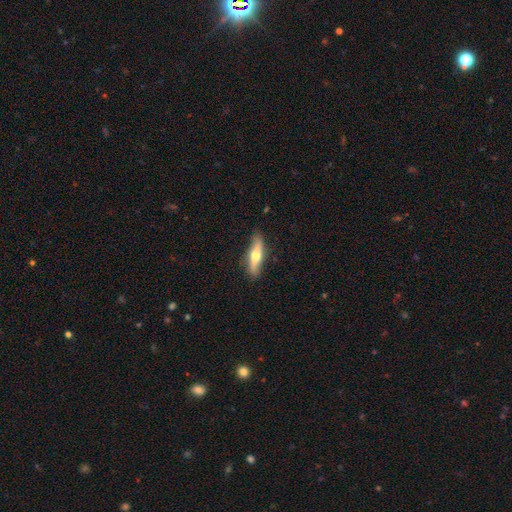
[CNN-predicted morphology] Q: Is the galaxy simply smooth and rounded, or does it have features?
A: featured or disk — 48%.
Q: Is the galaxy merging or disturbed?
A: none — 86%.